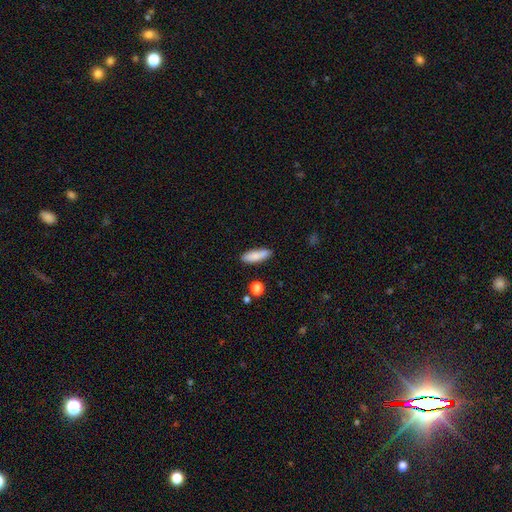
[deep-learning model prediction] smooth_or_featured: smooth (p=0.82) [alt: featured or disk p=0.11]
how_rounded: cigar-shaped (p=0.49) [alt: in between p=0.48]
merging: none (p=0.78) [alt: minor disturbance p=0.14]